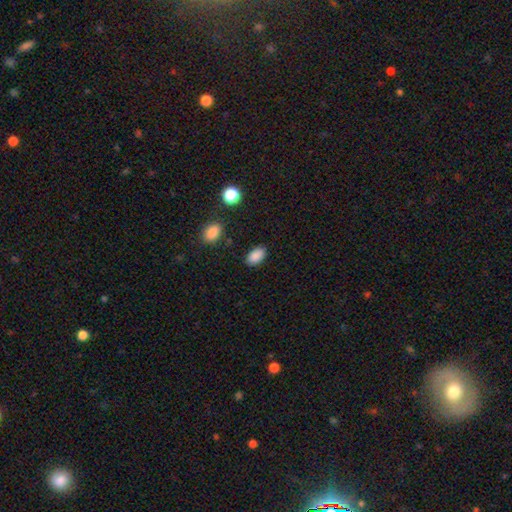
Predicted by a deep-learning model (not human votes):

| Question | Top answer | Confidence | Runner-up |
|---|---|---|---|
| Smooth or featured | smooth | 88% | star or artifact (8%) |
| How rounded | in between | 93% | round (5%) |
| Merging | none | 86% | minor disturbance (9%) |